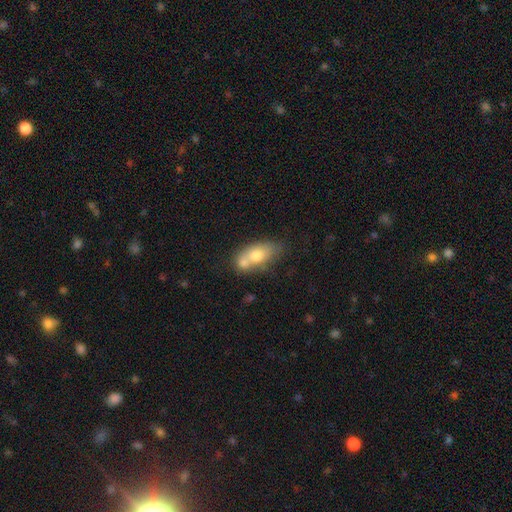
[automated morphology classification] This is likely a smooth galaxy (67%). How rounded: clearly in between (81%). Merging: possibly merger (46%).